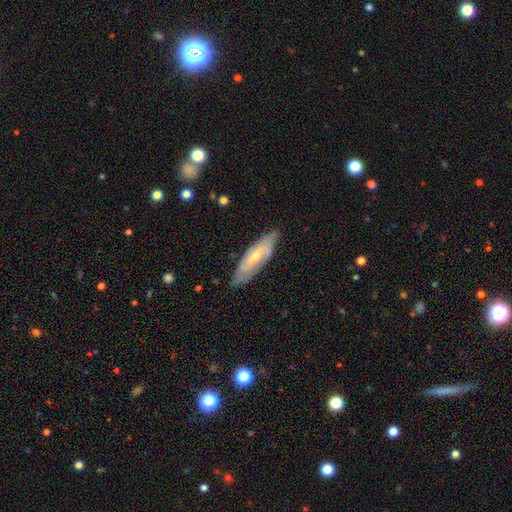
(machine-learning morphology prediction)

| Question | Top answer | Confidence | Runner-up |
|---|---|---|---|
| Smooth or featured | featured or disk | 62% | smooth (32%) |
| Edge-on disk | no | 67% | yes (33%) |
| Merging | none | 79% | minor disturbance (16%) |